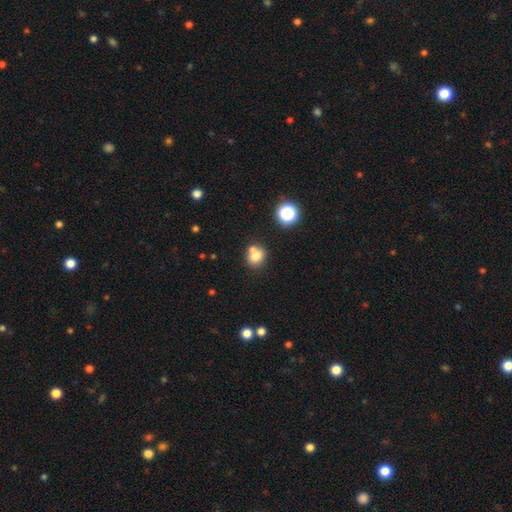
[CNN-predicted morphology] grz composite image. It shows a smooth galaxy with no disk features (74%) that is round (70%). Merging: none (51%).